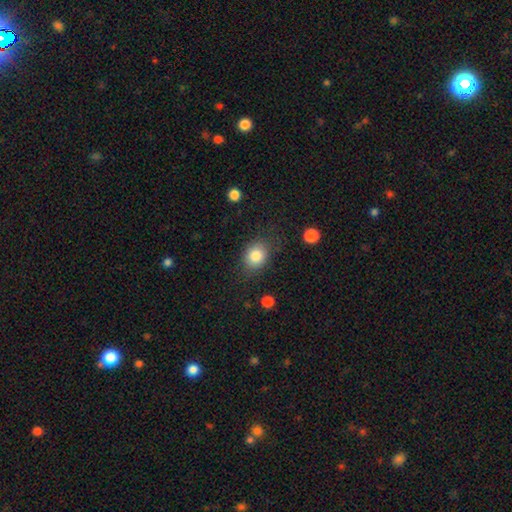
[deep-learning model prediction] This appears to be a smooth galaxy with no disk features (83%) that is round (50%). Merging: none (76%).